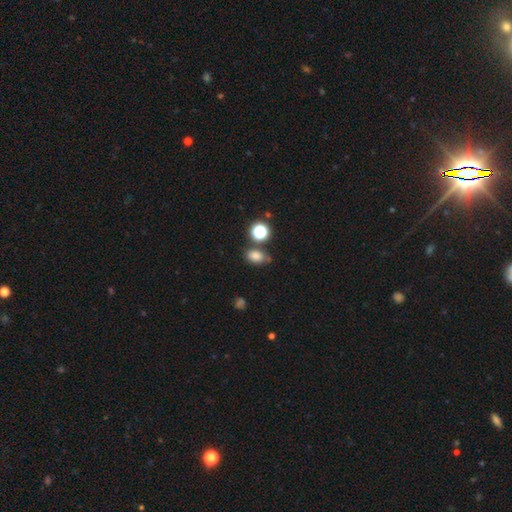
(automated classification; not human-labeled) Smooth or featured? Predicted: smooth (p=0.78). How rounded? Predicted: in between (p=0.75). Merging? Predicted: none (p=0.65).